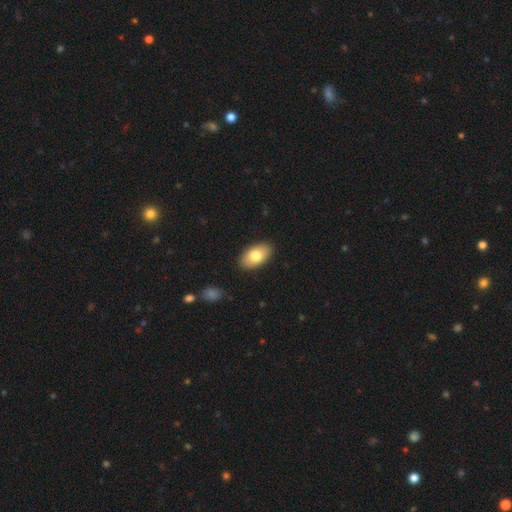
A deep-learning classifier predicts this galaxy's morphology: Q: Smooth or featured?
A: smooth (78%); runner-up: featured or disk (15%)
Q: How rounded?
A: in between (94%); runner-up: round (4%)
Q: Merging?
A: none (88%); runner-up: minor disturbance (9%)